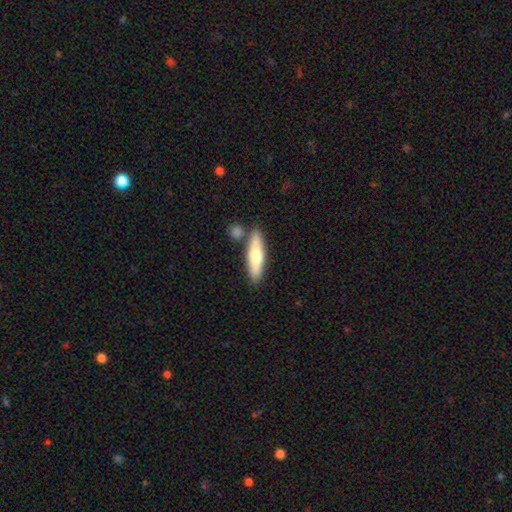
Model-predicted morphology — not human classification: type=smooth (55%); roundness=cigar-shaped (74%); merging=none (78%).